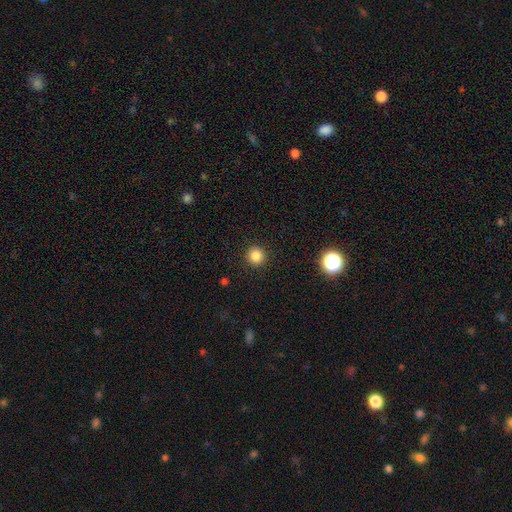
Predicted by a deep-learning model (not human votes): A smooth galaxy with no disk features (85%) that is round (94%). Merging: none (92%).